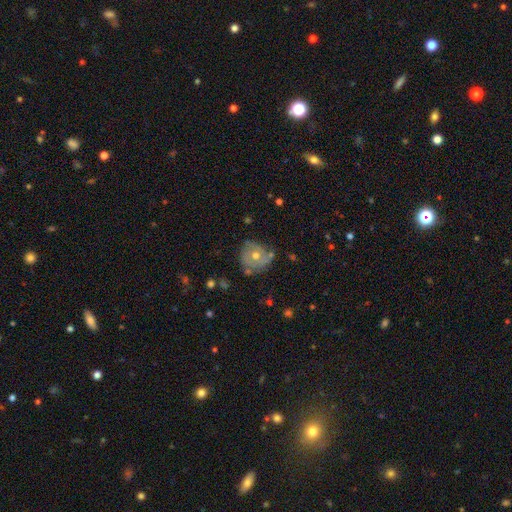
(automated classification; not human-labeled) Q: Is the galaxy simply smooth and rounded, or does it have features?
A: featured or disk — 53%.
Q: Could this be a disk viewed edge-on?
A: no — 96%.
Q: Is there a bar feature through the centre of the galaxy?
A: no — 87%.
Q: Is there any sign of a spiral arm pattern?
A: yes — 56%.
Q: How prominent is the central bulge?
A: moderate — 71%.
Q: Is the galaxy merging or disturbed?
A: none — 59%.